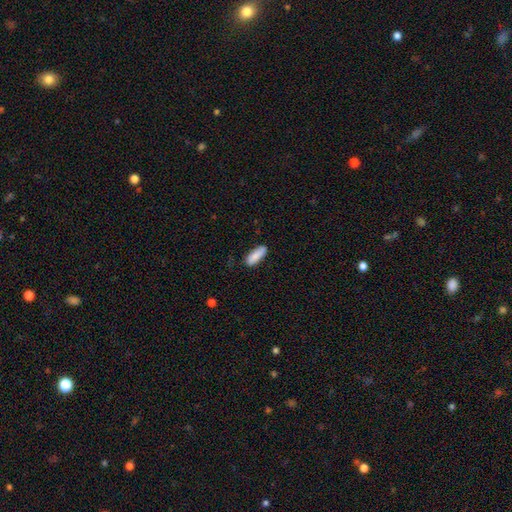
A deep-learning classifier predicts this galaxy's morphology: Smooth or featured?
  - smooth: 87% *
  - featured or disk: 7%
  - star or artifact: 6%
How rounded?
  - in between: 64% *
  - cigar-shaped: 34%
  - round: 2%
Merging?
  - none: 80% *
  - minor disturbance: 16%
  - major disturbance: 3%
  - merger: 1%